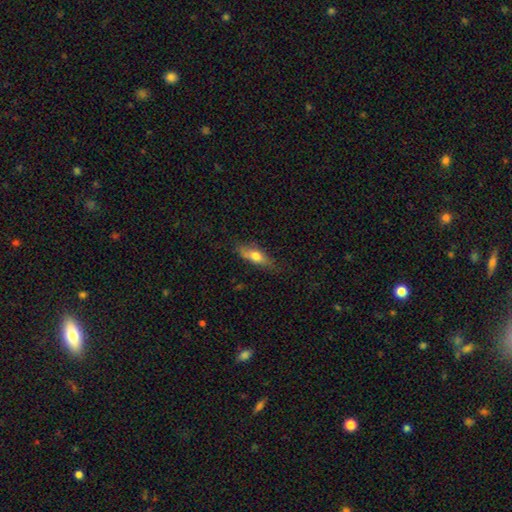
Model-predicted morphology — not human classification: smooth 67%, featured or disk 27%, star or artifact 7%. Down the decision tree: how rounded — in between (60%); merging — none (72%).